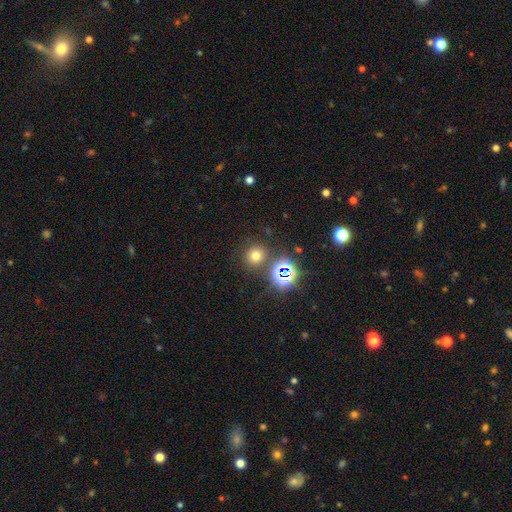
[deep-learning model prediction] Smooth or featured? smooth (67%)
How rounded? round (88%)
Merging? none (81%)